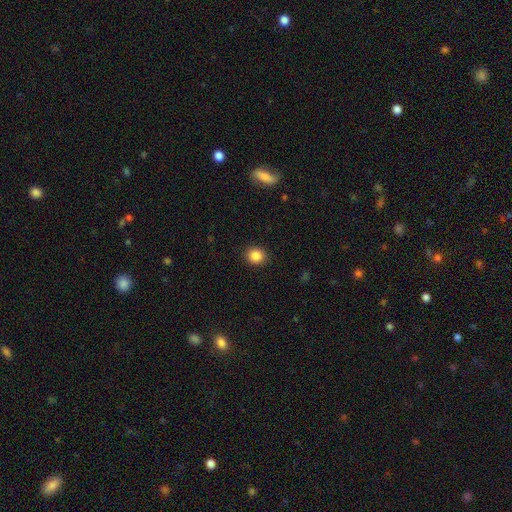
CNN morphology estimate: This is clearly a smooth galaxy (86%). How rounded: likely round (79%). Merging: clearly none (91%).